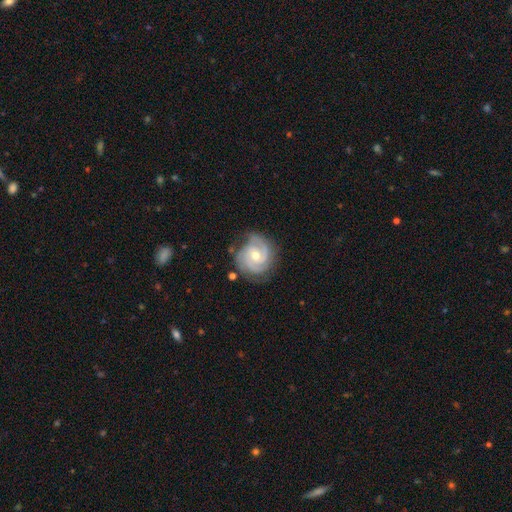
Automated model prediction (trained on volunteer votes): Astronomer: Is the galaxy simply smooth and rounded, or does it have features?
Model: featured or disk — 89%.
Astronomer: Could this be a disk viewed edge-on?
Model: no — 98%.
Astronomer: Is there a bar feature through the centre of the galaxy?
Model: no — 61%.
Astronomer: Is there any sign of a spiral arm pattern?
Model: yes — 98%.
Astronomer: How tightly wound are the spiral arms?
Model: tight — 67%.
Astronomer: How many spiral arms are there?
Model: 3 — 43% (runner-up: 2, 36%).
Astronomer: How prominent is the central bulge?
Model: moderate — 59% (runner-up: small, 38%).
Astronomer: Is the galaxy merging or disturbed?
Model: none — 76%.